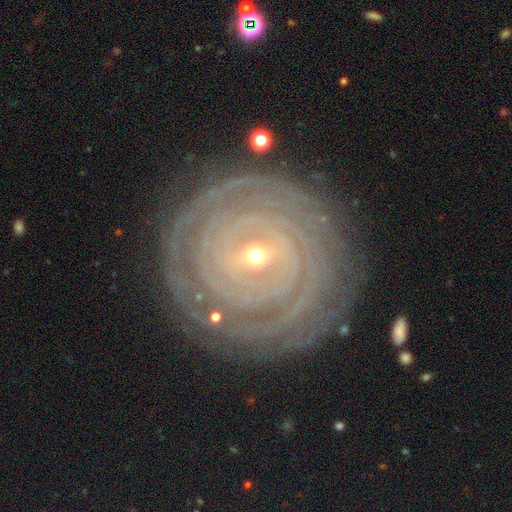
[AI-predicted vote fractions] smooth-or-featured: featured or disk: 87% | smooth: 6% | star or artifact: 6%
  disk-edge-on: no: 96% | yes: 4%
    bar: no: 43% | weak: 34% | strong: 23%
    has-spiral-arms: yes: 96% | no: 4%
      spiral-winding: tight: 92% | medium: 6% | loose: 2%
      spiral-arm-count: can't tell: 29% | 2: 24% | 3: 14% | 4: 13% | more than 4: 12% | 1: 7%
    bulge-size: small: 65% | moderate: 32% | large: 1% | dominant: 1% | none: 1%
  merging: none: 85% | minor disturbance: 10% | major disturbance: 4% | merger: 2%